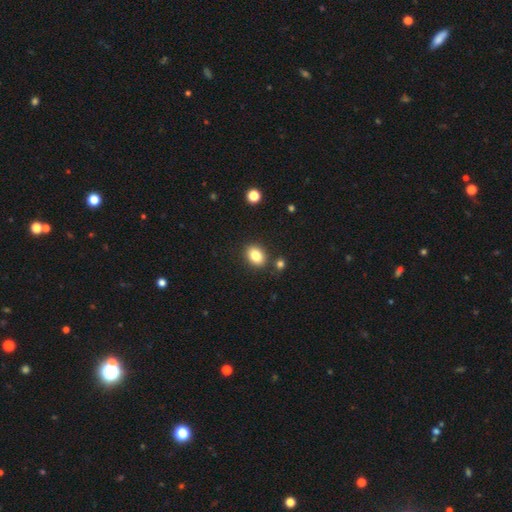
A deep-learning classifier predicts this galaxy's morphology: A smooth galaxy with no disk features (83%) that is in between round and cigar-shaped (70%). Merging: none (84%).